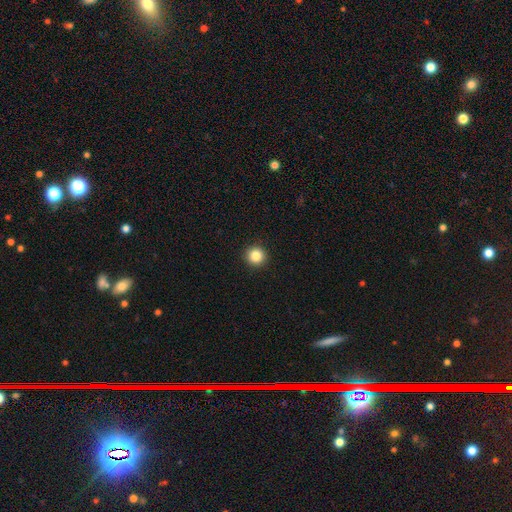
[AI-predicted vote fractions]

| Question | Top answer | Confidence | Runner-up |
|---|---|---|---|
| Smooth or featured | smooth | 84% | star or artifact (11%) |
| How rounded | round | 96% | in between (3%) |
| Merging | none | 94% | minor disturbance (4%) |